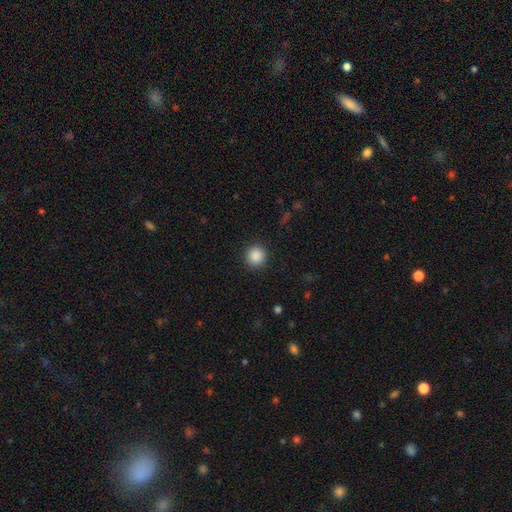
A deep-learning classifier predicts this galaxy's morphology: smooth 88%, star or artifact 9%, featured or disk 3%. Down the decision tree: how rounded — round (94%); merging — none (91%).